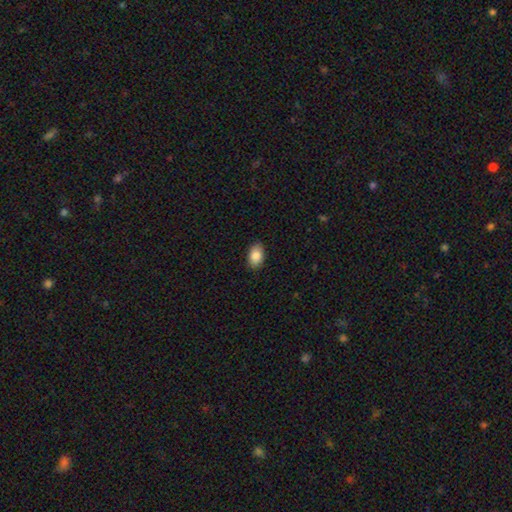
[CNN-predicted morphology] Overall: smooth (86%). How rounded: in between (89%). Merging: none (88%).